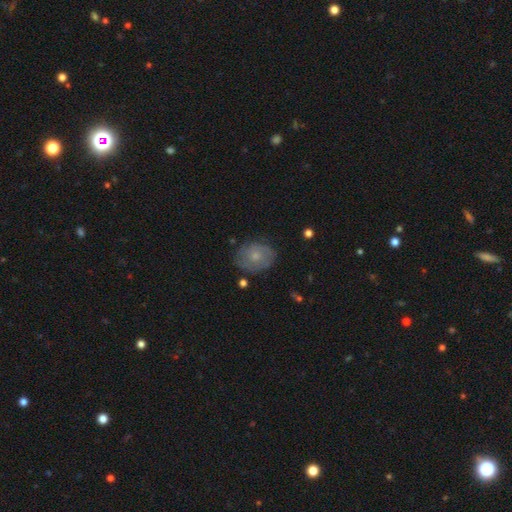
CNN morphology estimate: The model was most divided on "how rounded": in between: 52%, round: 47%, cigar-shaped: 1%. More confident: merging — none (72%); smooth or featured — smooth (55%).